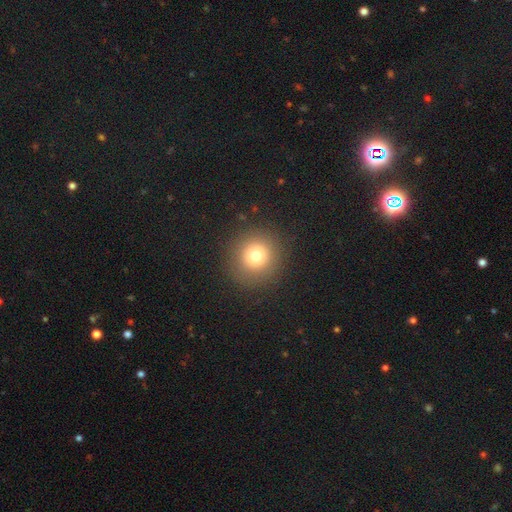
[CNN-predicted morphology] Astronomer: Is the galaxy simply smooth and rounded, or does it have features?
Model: smooth — 75%.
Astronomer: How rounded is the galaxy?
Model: round — 94%.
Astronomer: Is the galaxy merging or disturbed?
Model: none — 89%.